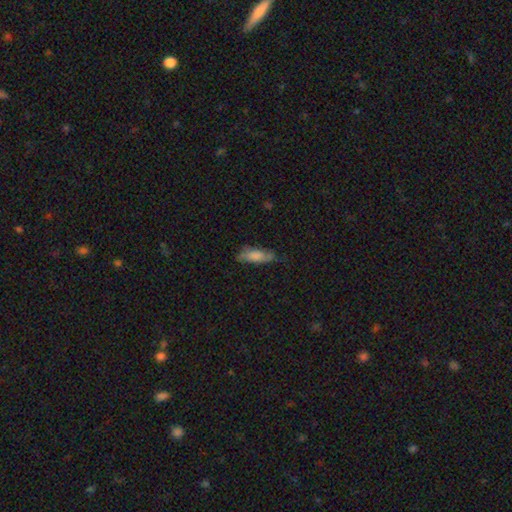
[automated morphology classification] A smooth galaxy with no disk features (72%) that is in between round and cigar-shaped (60%).

Vote fractions:
- Smooth or featured? smooth: 72% / featured or disk: 21% / star or artifact: 7%
- How rounded? in between: 60% / cigar-shaped: 38% / round: 2%
- Merging? none: 61% / minor disturbance: 28% / major disturbance: 9% / merger: 2%